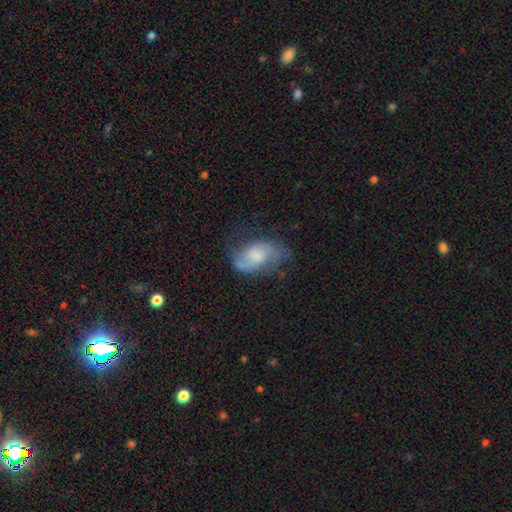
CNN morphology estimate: Q: Smooth or featured?
A: featured or disk (67%); runner-up: smooth (26%)
Q: Edge-on disk?
A: no (97%); runner-up: yes (3%)
Q: Bar?
A: no (48%); runner-up: weak (44%)
Q: Spiral arms?
A: yes (89%); runner-up: no (11%)
Q: Spiral winding?
A: medium (44%); runner-up: loose (42%)
Q: Spiral arm count?
A: 2 (82%); runner-up: can't tell (9%)
Q: Bulge size?
A: moderate (34%); runner-up: small (30%)
Q: Merging?
A: none (55%); runner-up: minor disturbance (25%)